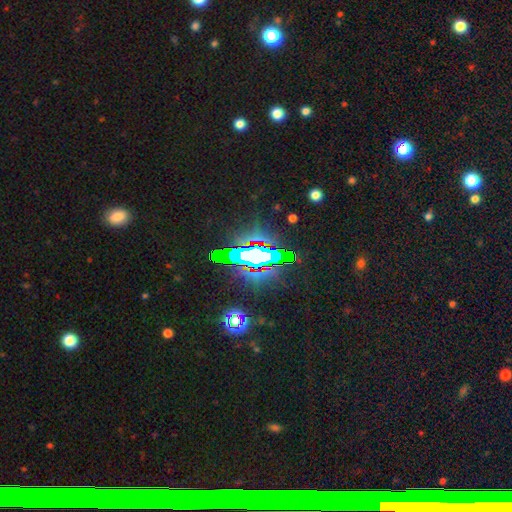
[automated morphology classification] type=star or artifact (67%).